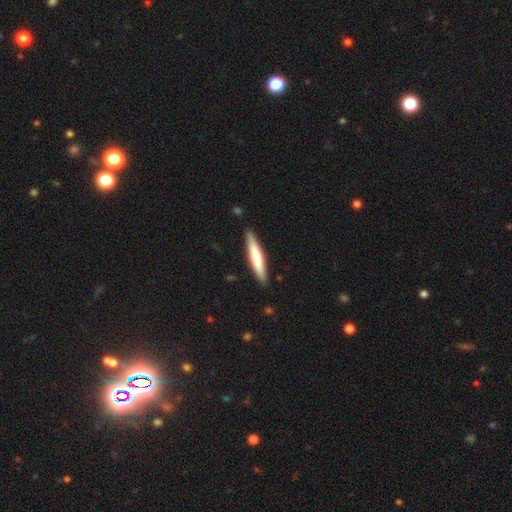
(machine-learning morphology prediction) type=smooth (65%); roundness=cigar-shaped (91%); merging=none (89%).